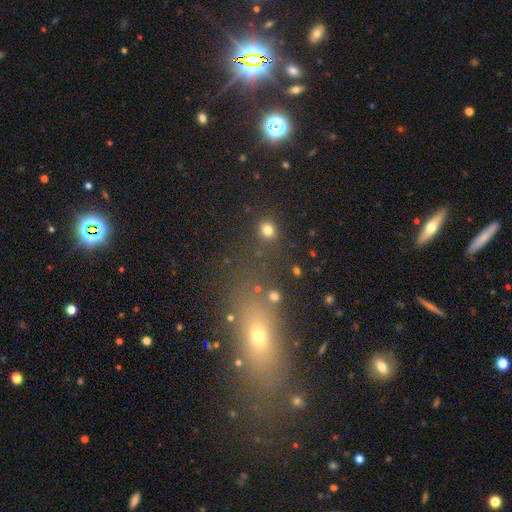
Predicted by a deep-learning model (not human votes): Overall: smooth (49%; star or artifact 31%). Merging: none (75%).